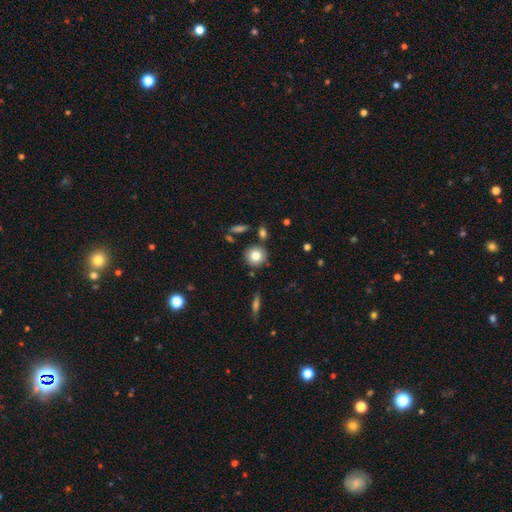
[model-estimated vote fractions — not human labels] smooth_or_featured: smooth (p=0.81) [alt: featured or disk p=0.10]
how_rounded: round (p=0.90) [alt: in between p=0.09]
merging: none (p=0.82) [alt: minor disturbance p=0.09]